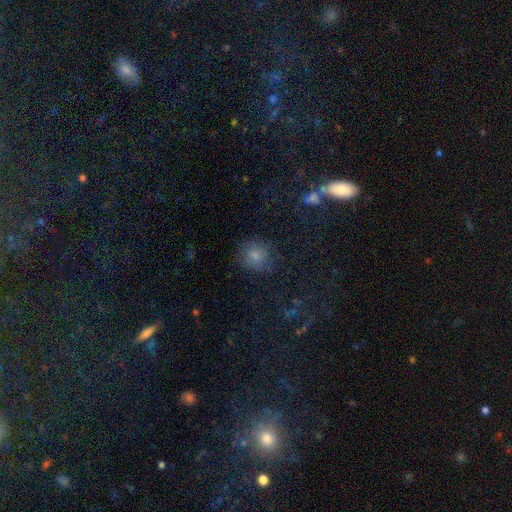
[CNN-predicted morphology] The model was most divided on "merging": none: 76%, minor disturbance: 15%, major disturbance: 7%, merger: 2%. More confident: how rounded — round (85%); smooth or featured — smooth (79%).